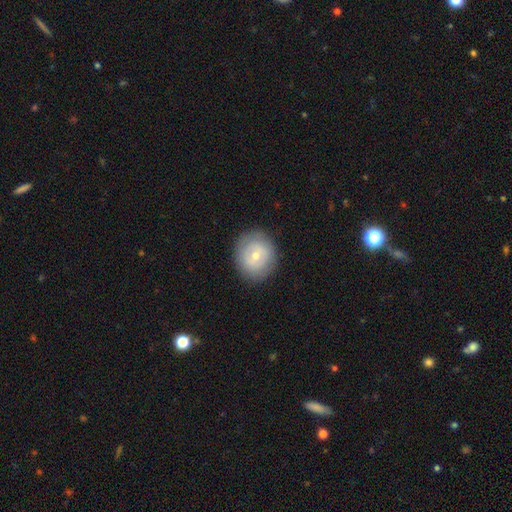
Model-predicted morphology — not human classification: smooth_or_featured: smooth (p=0.54) [alt: featured or disk p=0.39]
how_rounded: round (p=0.76) [alt: in between p=0.23]
merging: none (p=0.84) [alt: minor disturbance p=0.11]